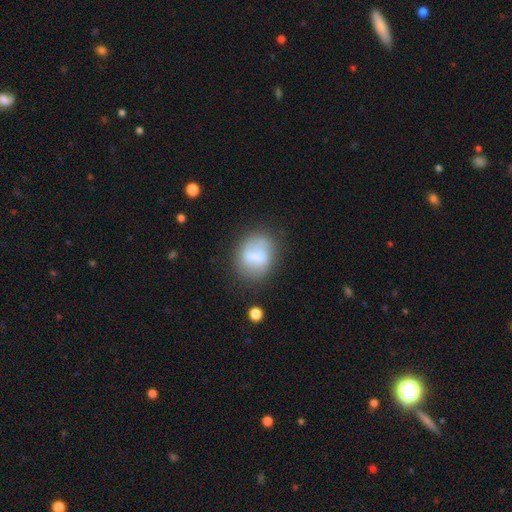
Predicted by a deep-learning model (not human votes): Smooth or featured: smooth — 59% (featured or disk — 33%)
How rounded: round — 56% (in between — 42%)
Merging: none — 60% (minor disturbance — 22%)